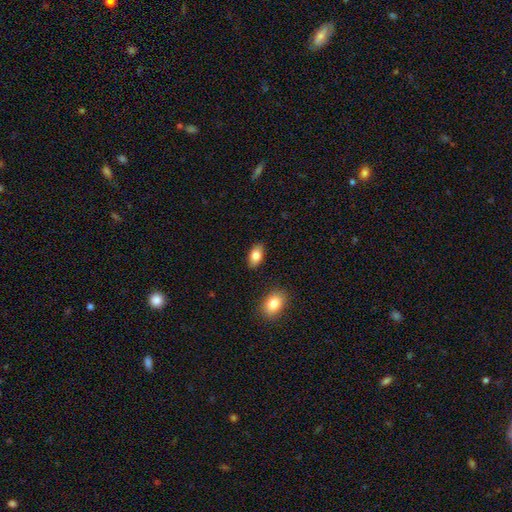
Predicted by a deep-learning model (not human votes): This appears to be a smooth galaxy with no disk features (82%) that is in between round and cigar-shaped (92%). Merging: none (88%).